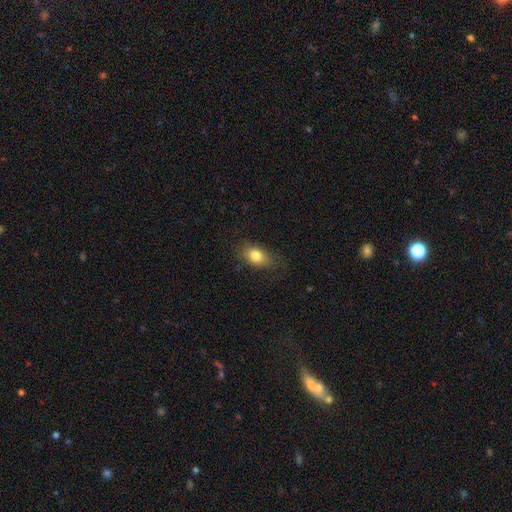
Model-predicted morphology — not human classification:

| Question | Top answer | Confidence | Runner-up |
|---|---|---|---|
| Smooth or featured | smooth | 80% | featured or disk (11%) |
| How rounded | in between | 80% | round (17%) |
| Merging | none | 72% | minor disturbance (20%) |